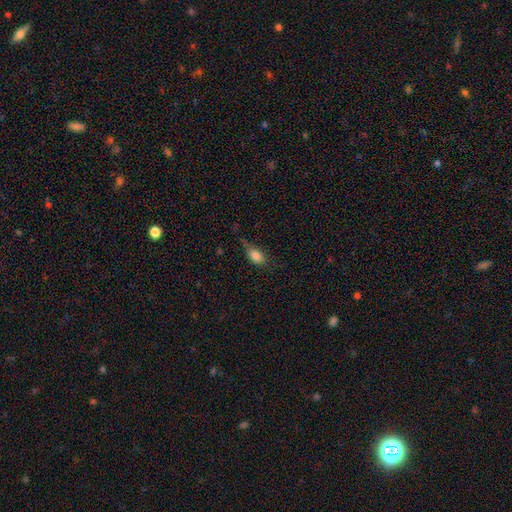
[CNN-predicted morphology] type=smooth (81%); roundness=in between (85%); merging=none (46%).